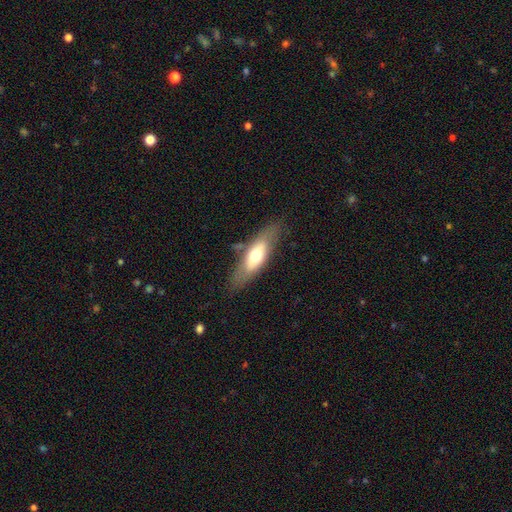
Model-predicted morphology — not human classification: Smooth or featured? smooth (56%)
How rounded? in between (56%)
Merging? none (75%)